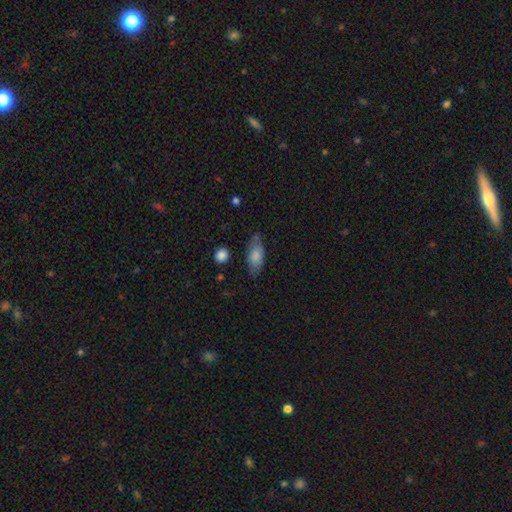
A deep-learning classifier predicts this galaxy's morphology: Smooth or featured? smooth (74%)
How rounded? in between (82%)
Merging? none (68%)